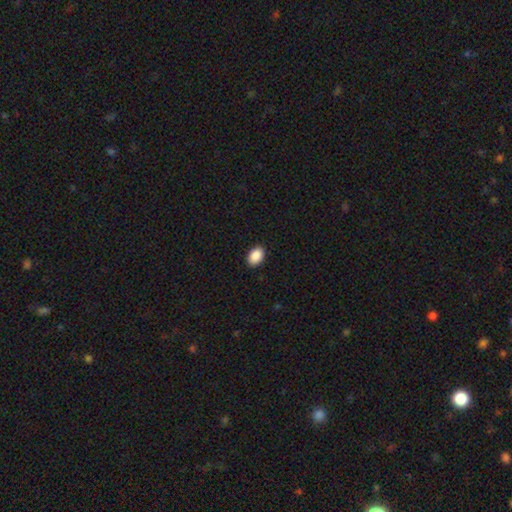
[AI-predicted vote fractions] A smooth galaxy with no disk features (91%) that is in between round and cigar-shaped (85%).

Vote fractions:
- Smooth or featured? smooth: 91% / star or artifact: 7% / featured or disk: 3%
- How rounded? in between: 85% / round: 13% / cigar-shaped: 1%
- Merging? none: 90% / minor disturbance: 7% / major disturbance: 2% / merger: 1%